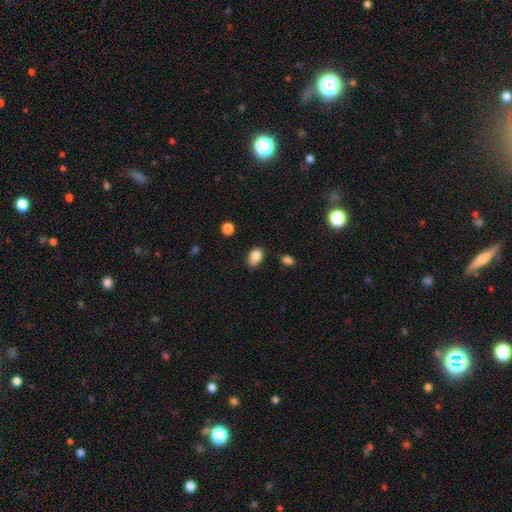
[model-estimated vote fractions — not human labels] Smooth or featured? smooth (84%)
How rounded? in between (74%)
Merging? none (54%)